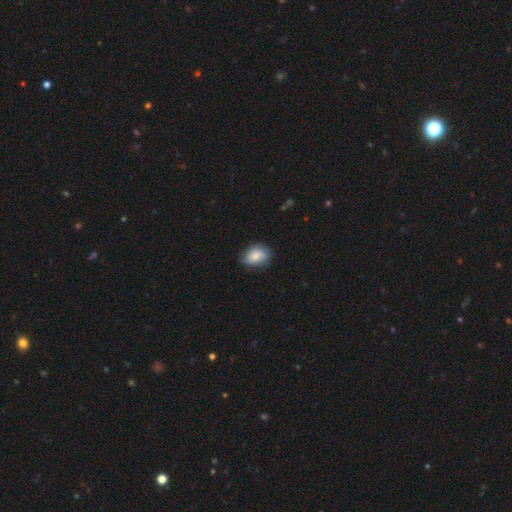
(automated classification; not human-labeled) The model was most divided on "merging": none: 68%, minor disturbance: 26%, major disturbance: 5%, merger: 1%. More confident: how rounded — in between (76%); smooth or featured — smooth (73%).